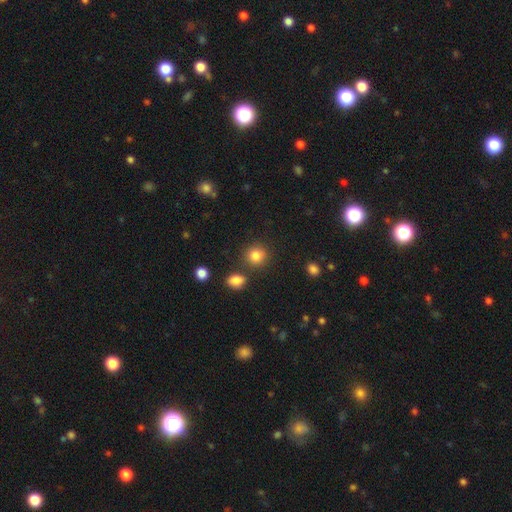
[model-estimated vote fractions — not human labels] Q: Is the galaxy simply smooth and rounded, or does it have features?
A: smooth — 84%.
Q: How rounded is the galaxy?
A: round — 86%.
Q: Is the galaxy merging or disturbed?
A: none — 80%.